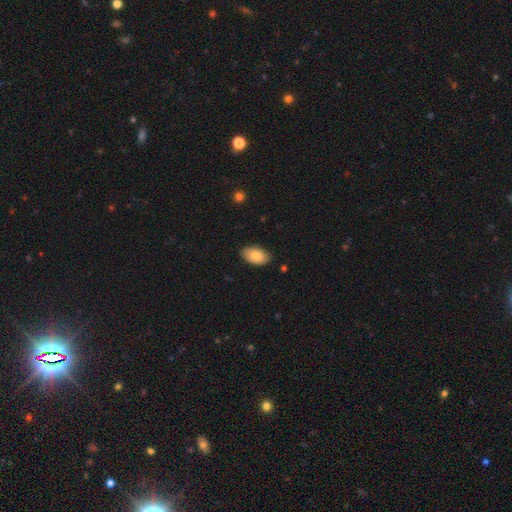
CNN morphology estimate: A smooth galaxy with no disk features (82%) that is in between round and cigar-shaped (95%). Merging: none (85%).